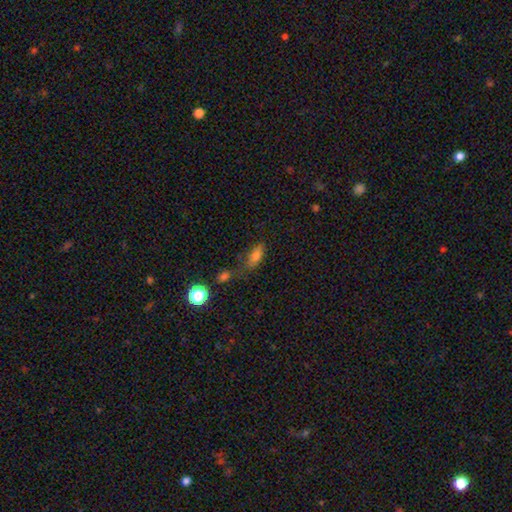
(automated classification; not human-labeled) smooth-or-featured: smooth: 73% | star or artifact: 13% | featured or disk: 13%
  how-rounded: in between: 74% | cigar-shaped: 18% | round: 7%
  merging: none: 56% | minor disturbance: 21% | merger: 13% | major disturbance: 9%